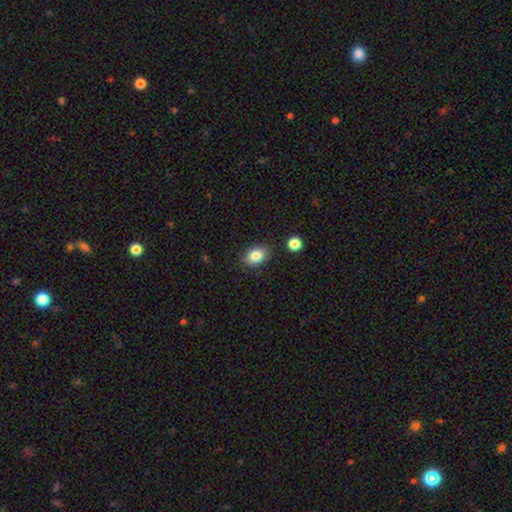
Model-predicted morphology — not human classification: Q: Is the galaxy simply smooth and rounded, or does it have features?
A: smooth — 84%.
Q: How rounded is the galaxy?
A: in between — 73%.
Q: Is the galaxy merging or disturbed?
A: none — 85%.